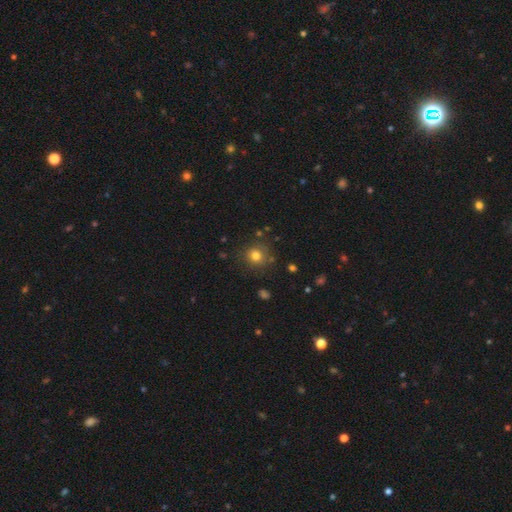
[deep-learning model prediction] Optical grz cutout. It shows a smooth galaxy with no disk features (78%) that is round (88%). Merging: none (81%).